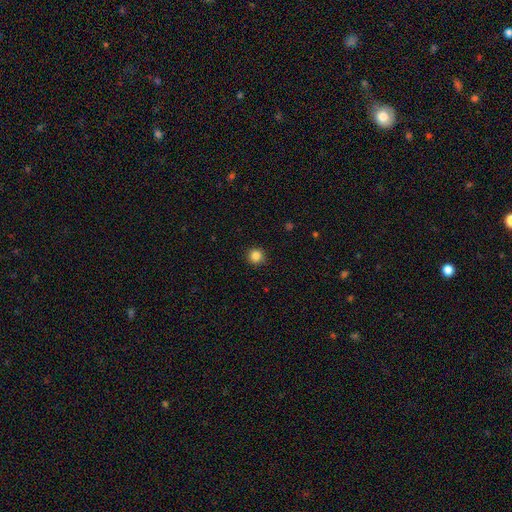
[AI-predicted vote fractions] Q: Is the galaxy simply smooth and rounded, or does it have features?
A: smooth — 85%.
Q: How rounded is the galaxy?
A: round — 95%.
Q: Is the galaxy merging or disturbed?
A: none — 90%.